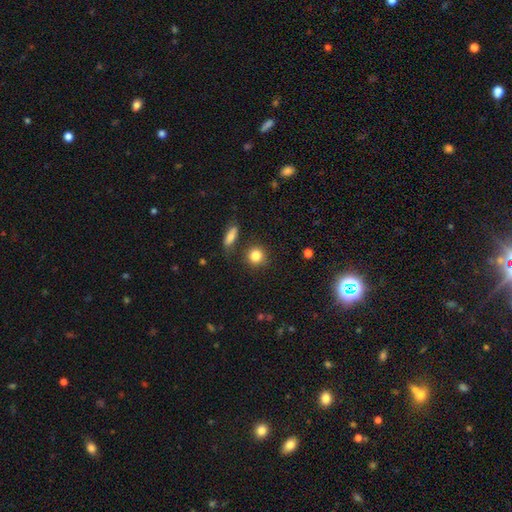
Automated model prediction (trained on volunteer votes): Overall: smooth (84%). How rounded: round (86%). Merging: none (84%).